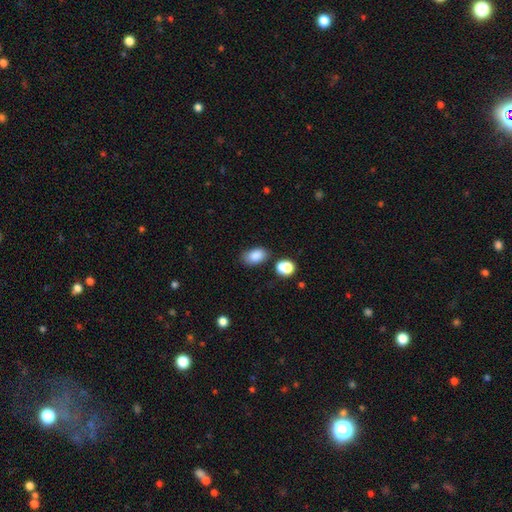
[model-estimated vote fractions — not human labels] Smooth or featured? smooth (85%)
How rounded? in between (88%)
Merging? none (70%)